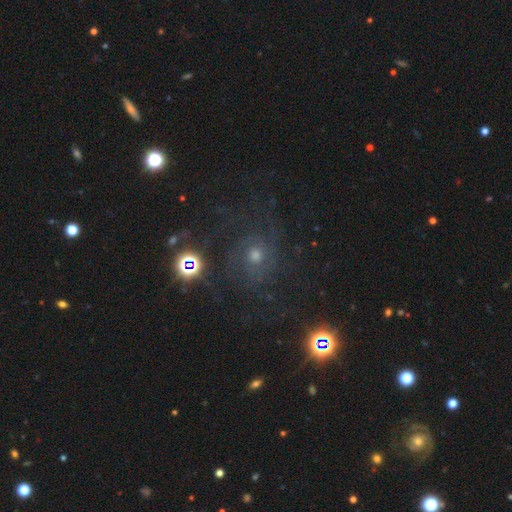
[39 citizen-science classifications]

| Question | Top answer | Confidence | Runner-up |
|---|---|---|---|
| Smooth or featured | featured or disk | 64% | smooth (26%) |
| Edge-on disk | no | 96% | yes (4%) |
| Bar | no | 79% | weak (21%) |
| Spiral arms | yes | 96% | no (4%) |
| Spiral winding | medium | 48% | tight (35%) |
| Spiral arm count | can't tell | 43% | 2 (22%) |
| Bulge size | moderate | 62% | small (33%) |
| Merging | none | 66% | major disturbance (17%) |